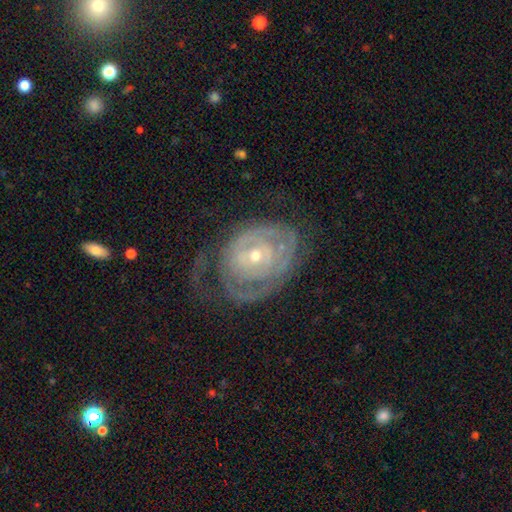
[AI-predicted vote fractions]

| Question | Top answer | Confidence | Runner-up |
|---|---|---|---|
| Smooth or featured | featured or disk | 80% | smooth (14%) |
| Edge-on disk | no | 96% | yes (4%) |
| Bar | no | 69% | weak (24%) |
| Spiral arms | yes | 78% | no (22%) |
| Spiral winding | tight | 70% | medium (21%) |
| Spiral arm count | can't tell | 45% | 2 (26%) |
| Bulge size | small | 57% | moderate (39%) |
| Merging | none | 49% | major disturbance (26%) |